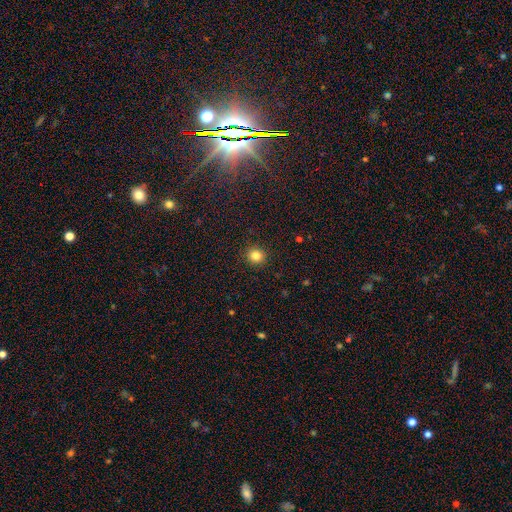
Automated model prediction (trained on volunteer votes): Overall: smooth (83%). How rounded: round (89%). Merging: none (92%).